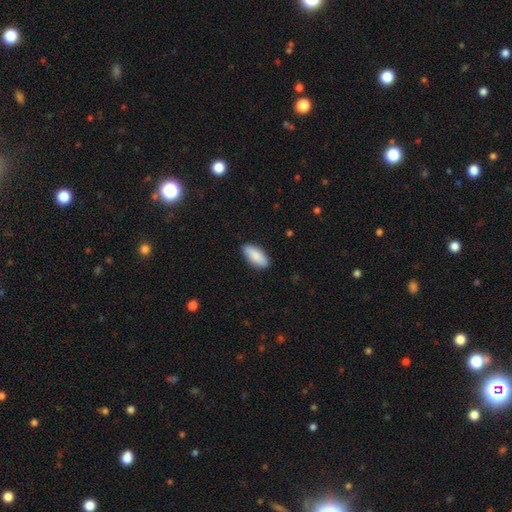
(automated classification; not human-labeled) A smooth galaxy with no disk features (89%) that is in between round and cigar-shaped (86%). Merging: none (88%).